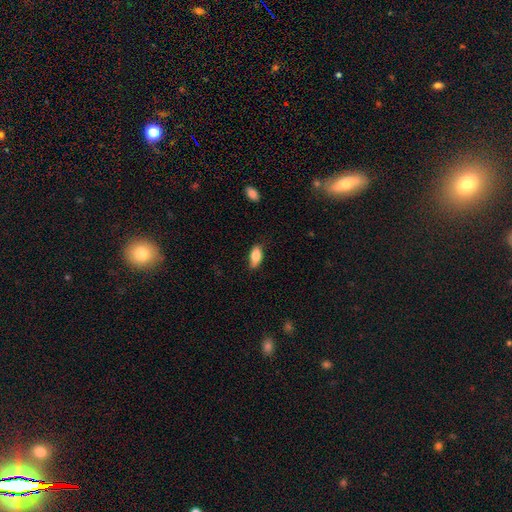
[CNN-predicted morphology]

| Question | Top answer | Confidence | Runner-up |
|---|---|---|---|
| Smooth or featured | smooth | 81% | featured or disk (12%) |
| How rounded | in between | 87% | cigar-shaped (10%) |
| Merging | none | 74% | minor disturbance (21%) |